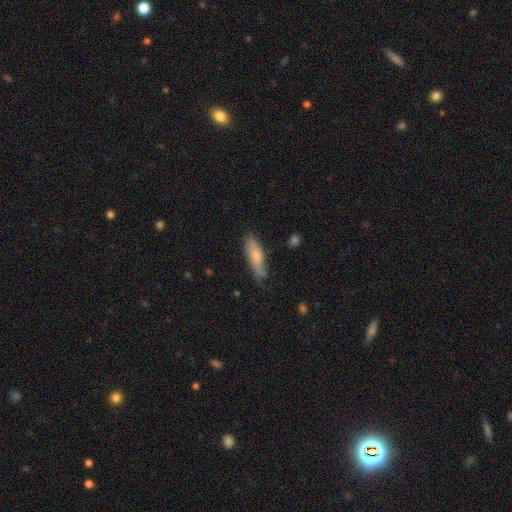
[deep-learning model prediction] smooth_or_featured: smooth (p=0.62) [alt: featured or disk p=0.32]
how_rounded: cigar-shaped (p=0.49) [tied with: in between p=0.49]
merging: none (p=0.62) [alt: minor disturbance p=0.29]